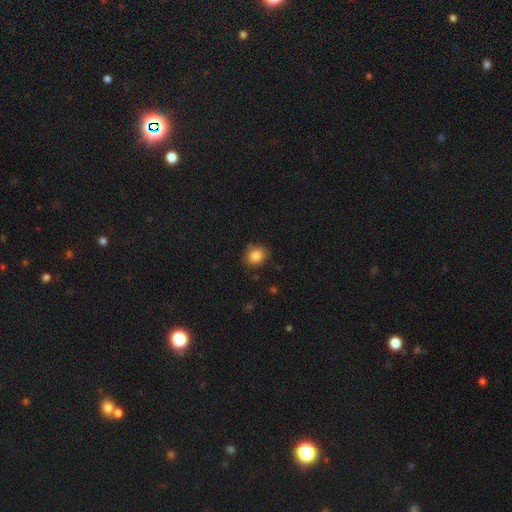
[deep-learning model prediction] smooth 86%, star or artifact 9%, featured or disk 5%. Down the decision tree: how rounded — round (58%); merging — none (80%).